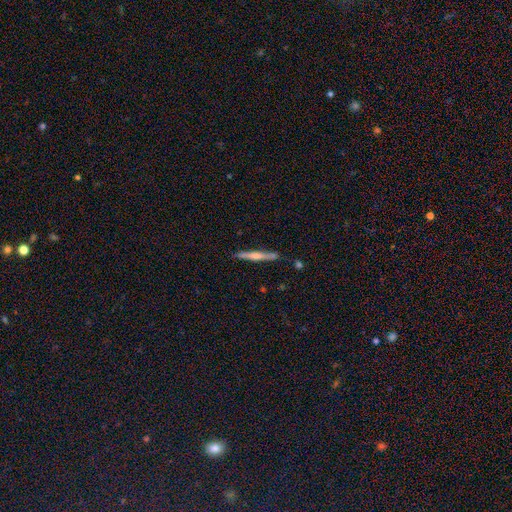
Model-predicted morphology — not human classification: featured or disk 66%, smooth 27%, star or artifact 7%. Down the decision tree: edge-on disk — yes (97%); edge-on bulge — rounded (72%); merging — none (88%).